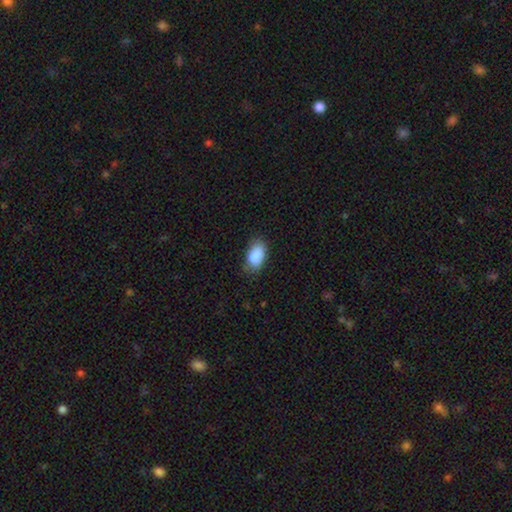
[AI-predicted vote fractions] A smooth galaxy with no disk features (88%) that is in between round and cigar-shaped (92%).

Vote fractions:
- Smooth or featured? smooth: 88% / star or artifact: 7% / featured or disk: 5%
- How rounded? in between: 92% / round: 5% / cigar-shaped: 2%
- Merging? none: 74% / minor disturbance: 21% / major disturbance: 4% / merger: 1%